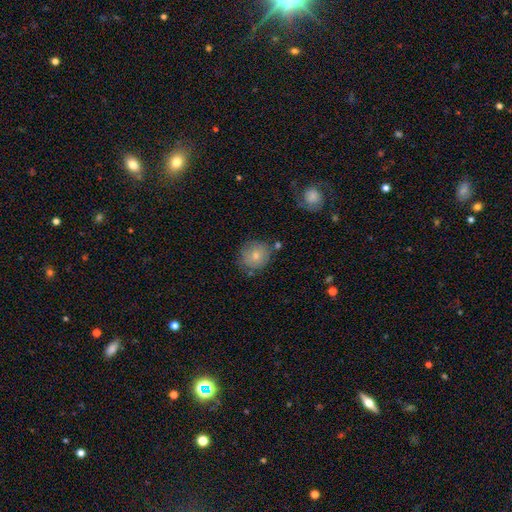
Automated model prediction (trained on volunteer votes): A smooth galaxy with no disk features (76%) that is round (82%). Merging: none (71%).